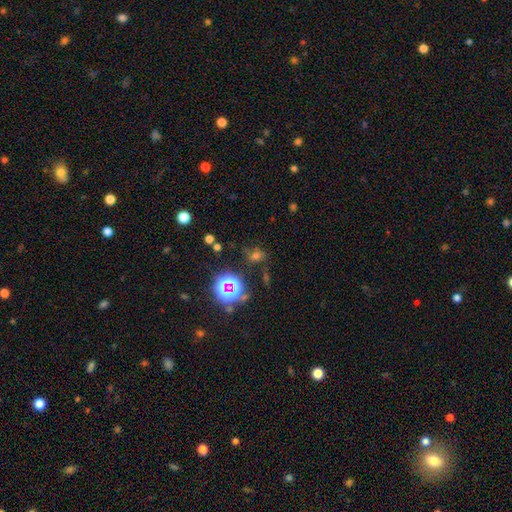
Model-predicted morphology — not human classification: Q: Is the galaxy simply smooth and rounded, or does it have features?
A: star or artifact — 59%.